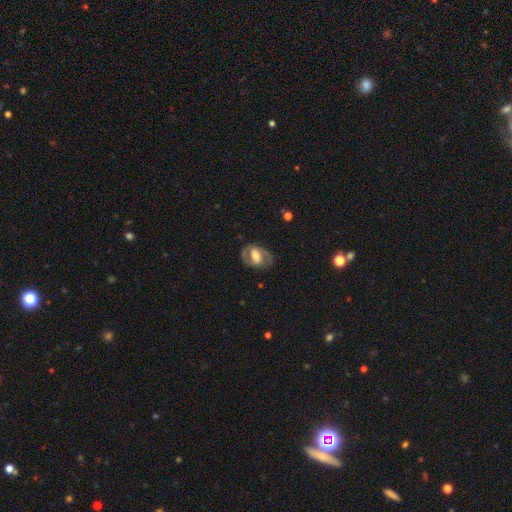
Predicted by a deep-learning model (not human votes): A featured or disk galaxy (71%) with a weak bar (40%), 2 (85%) medium (50%) spiral arms (77%) and a moderate central bulge (57%).

Vote fractions:
- Smooth or featured? featured or disk: 71% / smooth: 23% / star or artifact: 6%
- Edge-on disk? no: 95% / yes: 5%
- Bar? weak: 40% / strong: 34% / no: 27%
- Spiral arms? yes: 77% / no: 23%
- Spiral winding? medium: 50% / tight: 32% / loose: 18%
- Spiral arm count? 2: 85% / can't tell: 9% / 1: 4% / 3: 1% / 4: 1% / more than 4: 1%
- Bulge size? moderate: 57% / large: 23% / small: 16% / none: 2% / dominant: 2%
- Merging? none: 76% / minor disturbance: 15% / major disturbance: 8% / merger: 1%